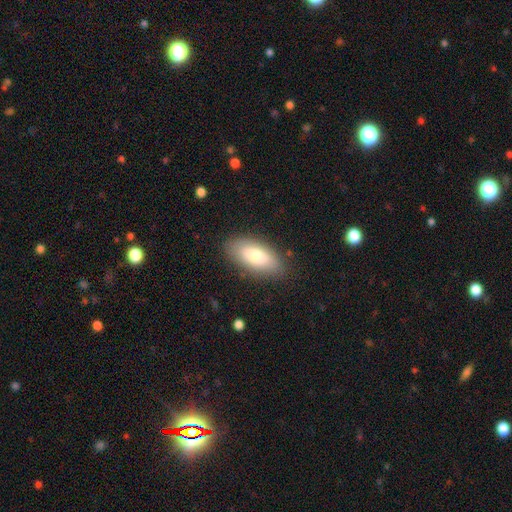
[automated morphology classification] Smooth or featured: smooth — 76% (featured or disk — 17%)
How rounded: in between — 90% (cigar-shaped — 8%)
Merging: none — 83% (minor disturbance — 12%)